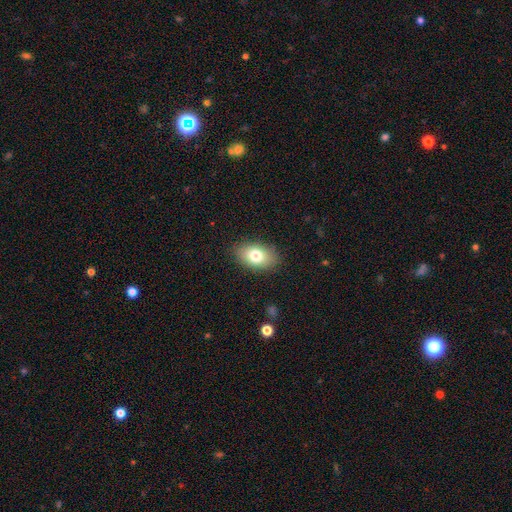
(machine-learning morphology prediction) This is likely a smooth galaxy (79%). How rounded: clearly in between (89%). Merging: clearly none (87%).